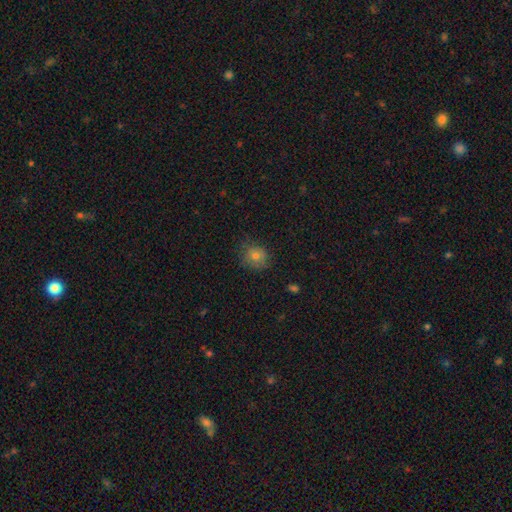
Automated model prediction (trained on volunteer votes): This is likely a smooth galaxy (71%). How rounded: likely round (76%). Merging: likely none (70%).